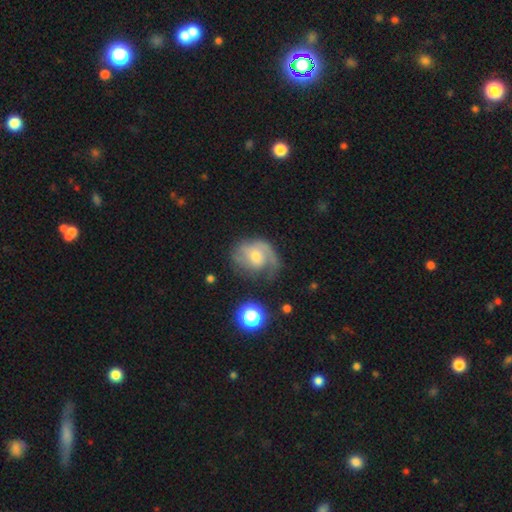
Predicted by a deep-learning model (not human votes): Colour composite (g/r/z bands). It shows a featured or disk galaxy (71%) with no bar (61%), 1 (46%) medium (42%) spiral arms (90%) and a moderate central bulge (48%). Merging: none (51%).